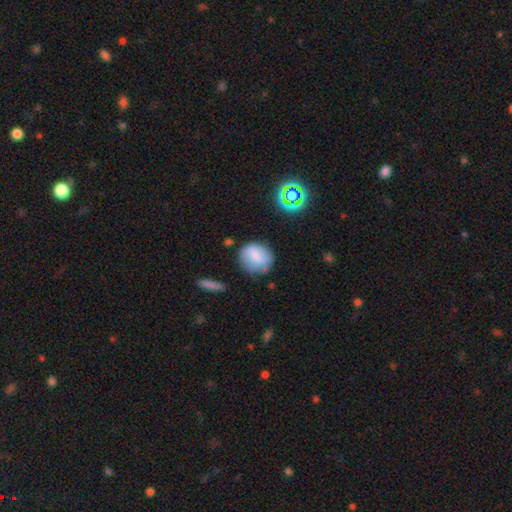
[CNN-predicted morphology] Q: Smooth or featured?
A: smooth (68%); runner-up: featured or disk (21%)
Q: How rounded?
A: round (75%); runner-up: in between (24%)
Q: Merging?
A: none (71%); runner-up: minor disturbance (20%)